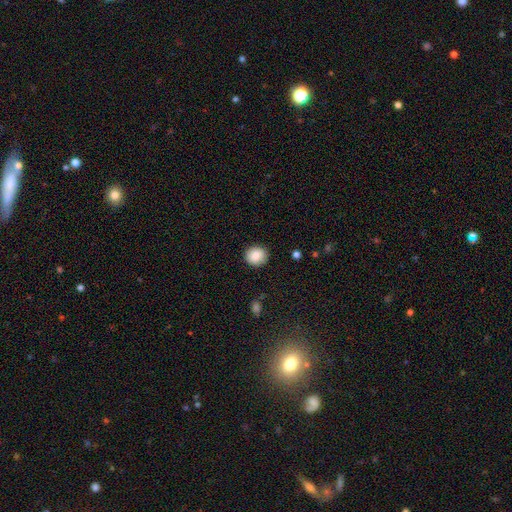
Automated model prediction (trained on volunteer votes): Smooth or featured?
  - smooth: 87% *
  - star or artifact: 8%
  - featured or disk: 5%
How rounded?
  - round: 84% *
  - in between: 15%
  - cigar-shaped: 1%
Merging?
  - none: 90% *
  - minor disturbance: 7%
  - major disturbance: 2%
  - merger: 1%